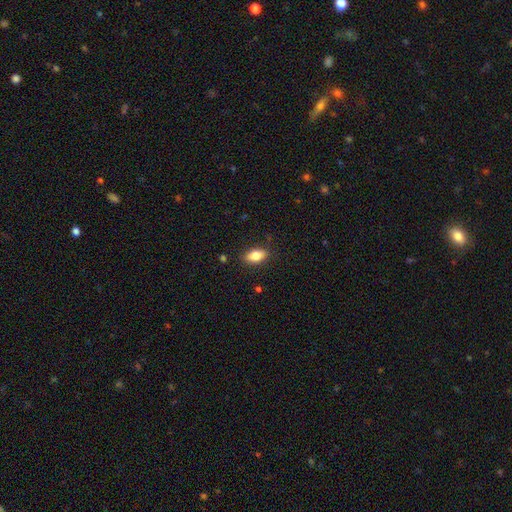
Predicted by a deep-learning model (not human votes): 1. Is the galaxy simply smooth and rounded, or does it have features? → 78% smooth, 15% featured or disk, 8% star or artifact.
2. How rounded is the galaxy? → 86% in between, 9% cigar-shaped, 5% round.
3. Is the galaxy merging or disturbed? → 85% none, 12% minor disturbance, 3% major disturbance, 1% merger.